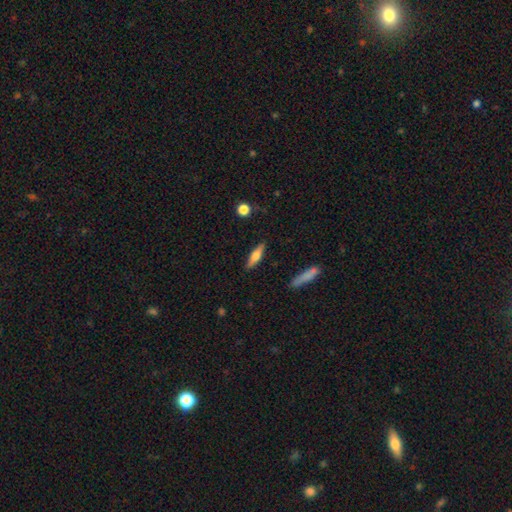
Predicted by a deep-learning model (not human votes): smooth_or_featured: smooth (p=0.50) [alt: featured or disk p=0.44]
how_rounded: cigar-shaped (p=0.66) [alt: in between p=0.31]
merging: none (p=0.88) [alt: minor disturbance p=0.08]